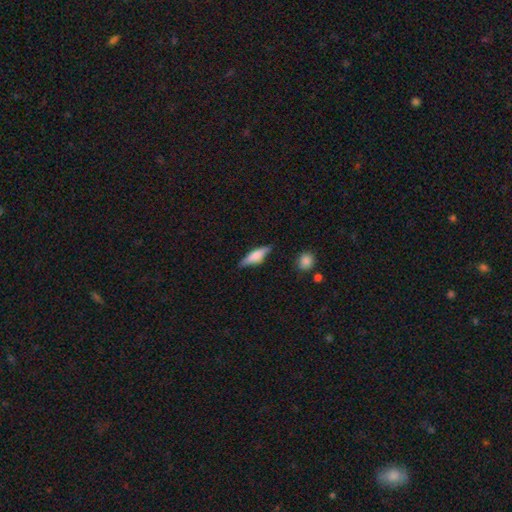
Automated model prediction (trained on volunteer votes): A smooth galaxy with no disk features (55%) that is cigar-shaped (56%). Merging: none (80%).